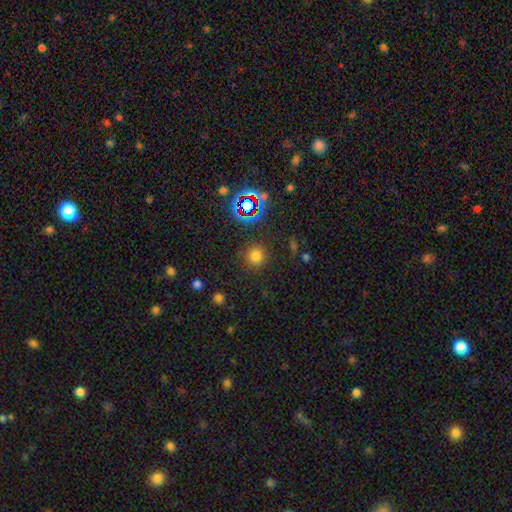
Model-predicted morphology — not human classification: smooth-or-featured: smooth: 72% | star or artifact: 22% | featured or disk: 6%
  how-rounded: round: 93% | in between: 6% | cigar-shaped: 1%
  merging: none: 85% | minor disturbance: 8% | major disturbance: 4% | merger: 2%